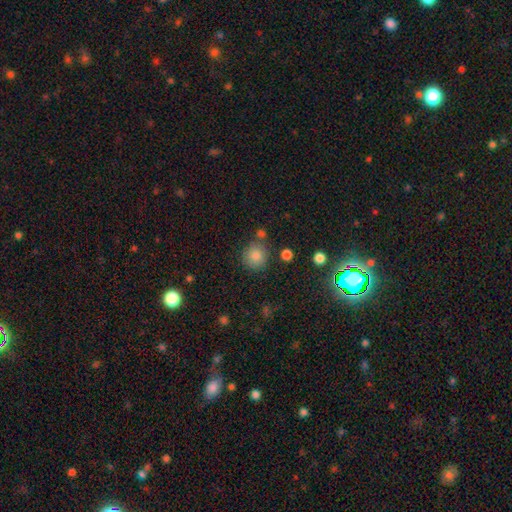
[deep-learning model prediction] Morphology: type=smooth (84%); roundness=round (89%); merging=none (76%).